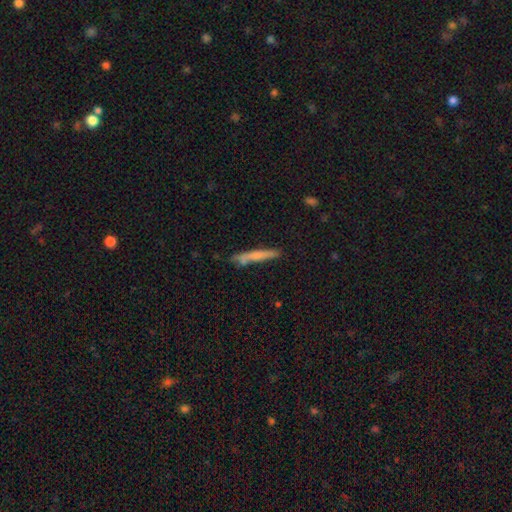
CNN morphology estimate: A smooth galaxy with no disk features (63%) that is cigar-shaped (95%). Merging: none (74%).